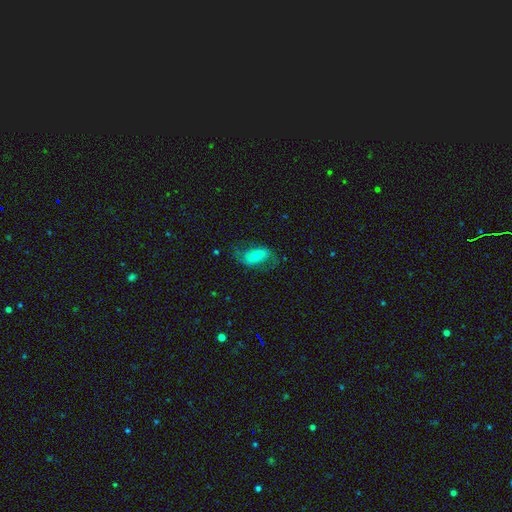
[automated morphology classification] featured or disk 61%, smooth 31%, star or artifact 8%. Down the decision tree: edge-on disk — no (95%); bar — no (49%); spiral arms — yes (84%); bulge size — small (50%); merging — none (64%).